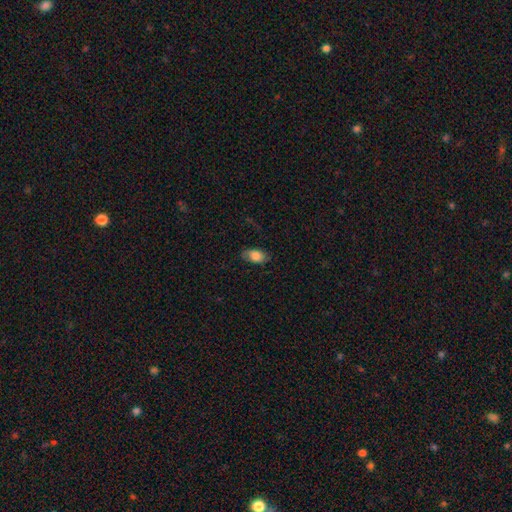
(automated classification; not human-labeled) The model was most divided on "merging": none: 76%, minor disturbance: 18%, major disturbance: 5%, merger: 1%. More confident: how rounded — in between (89%); smooth or featured — smooth (80%).